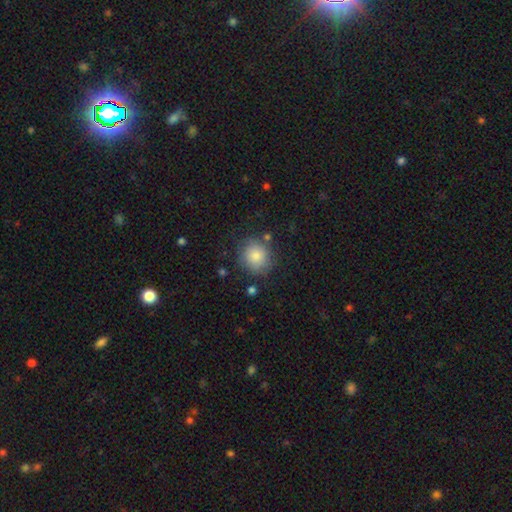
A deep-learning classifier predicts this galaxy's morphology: smooth_or_featured: smooth (p=0.83) [alt: star or artifact p=0.09]
how_rounded: round (p=0.88) [alt: in between p=0.11]
merging: none (p=0.80) [alt: minor disturbance p=0.13]